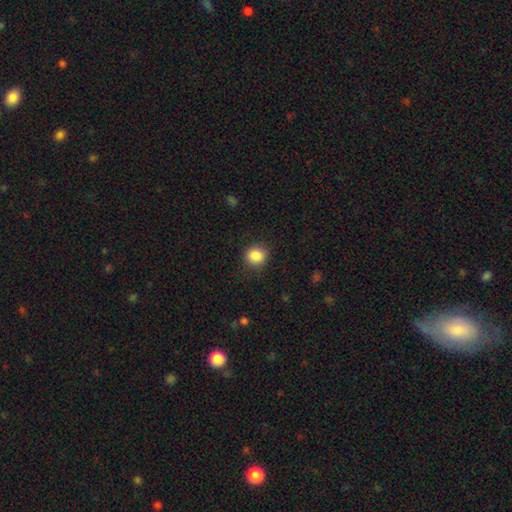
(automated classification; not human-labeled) Q: Smooth or featured?
A: smooth (87%); runner-up: star or artifact (10%)
Q: How rounded?
A: round (85%); runner-up: in between (14%)
Q: Merging?
A: none (85%); runner-up: minor disturbance (10%)